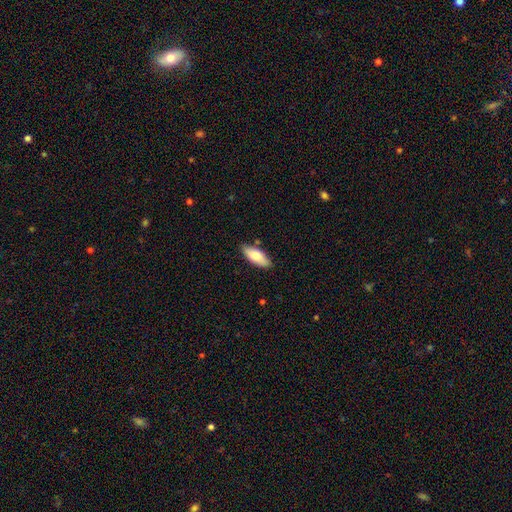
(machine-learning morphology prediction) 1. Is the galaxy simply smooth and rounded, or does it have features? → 75% smooth, 19% featured or disk, 6% star or artifact.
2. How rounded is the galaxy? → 79% in between, 19% cigar-shaped, 2% round.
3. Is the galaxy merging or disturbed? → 84% none, 12% minor disturbance, 2% merger, 2% major disturbance.